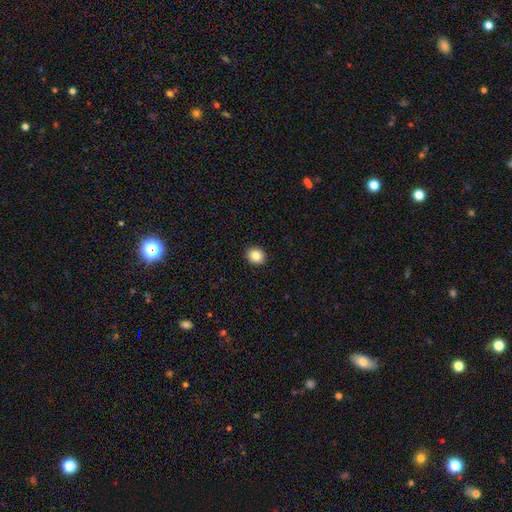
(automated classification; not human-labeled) The model was most divided on "how rounded": round: 76%, in between: 23%, cigar-shaped: 1%. More confident: merging — none (93%); smooth or featured — smooth (86%).